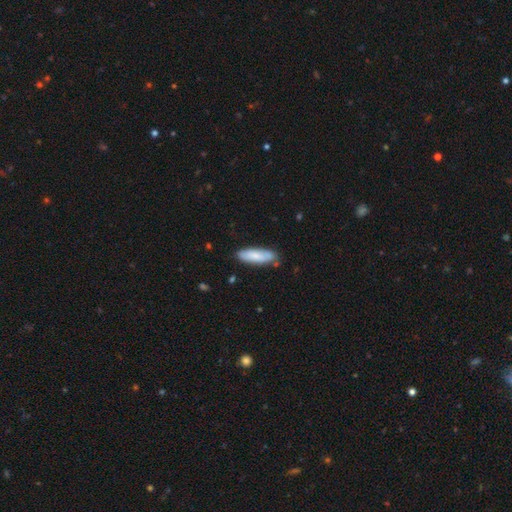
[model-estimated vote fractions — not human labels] Smooth or featured? Predicted: smooth (p=0.76). How rounded? Predicted: in between (p=0.50). Merging? Predicted: none (p=0.79).